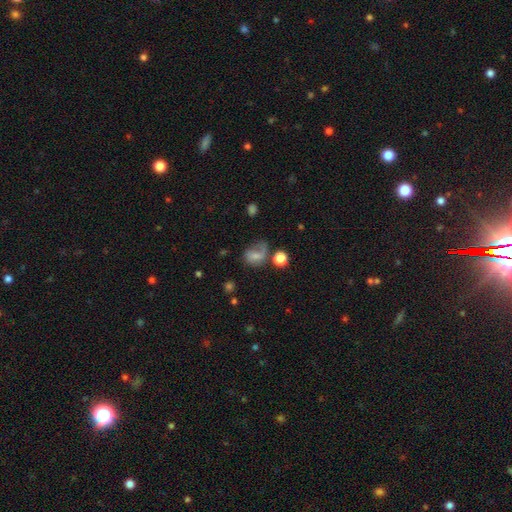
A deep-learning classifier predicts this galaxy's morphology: type=smooth (51%); roundness=in between (55%); merging=none (36%).